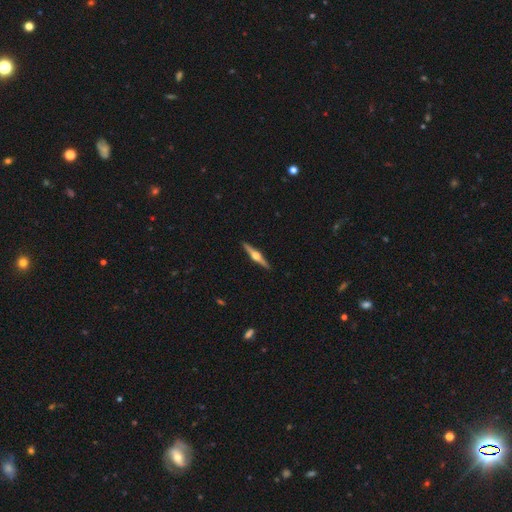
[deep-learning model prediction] A featured or disk galaxy (79%) viewed edge-on (98%) with a rounded central bulge (95%).

Vote fractions:
- Smooth or featured? featured or disk: 79% / smooth: 16% / star or artifact: 5%
- Edge-on disk? yes: 98% / no: 2%
- Edge-on bulge? rounded: 95% / boxy: 4% / none: 2%
- Merging? none: 92% / minor disturbance: 6% / major disturbance: 1% / merger: 1%